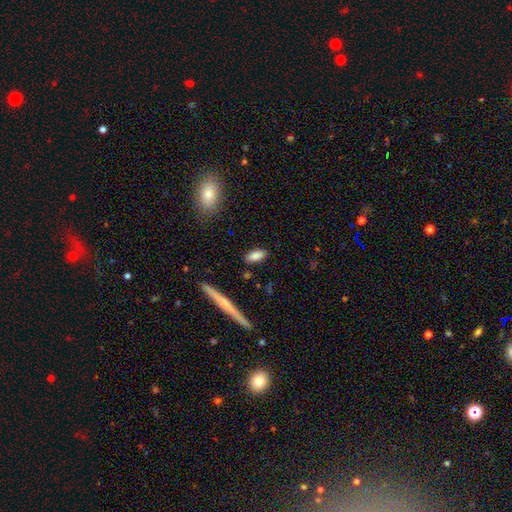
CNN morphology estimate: smooth 83%, featured or disk 10%, star or artifact 7%. Down the decision tree: how rounded — in between (79%); merging — none (86%).